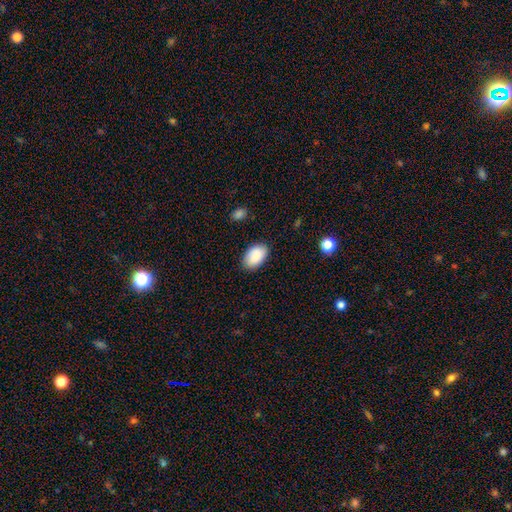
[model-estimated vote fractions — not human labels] smooth 89%, star or artifact 6%, featured or disk 5%. Down the decision tree: how rounded — in between (93%); merging — none (86%).